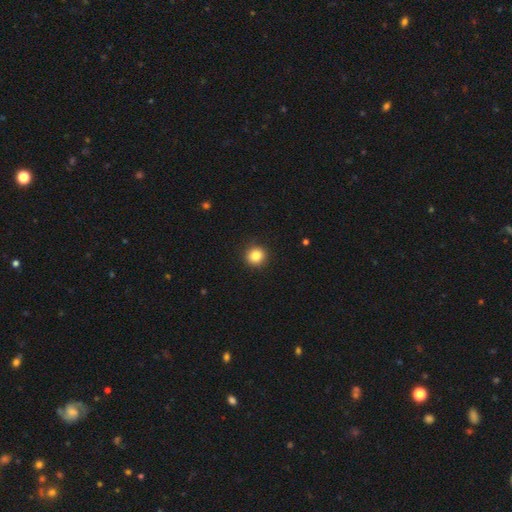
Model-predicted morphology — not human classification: This is clearly a smooth galaxy (84%). How rounded: clearly round (93%). Merging: clearly none (92%).